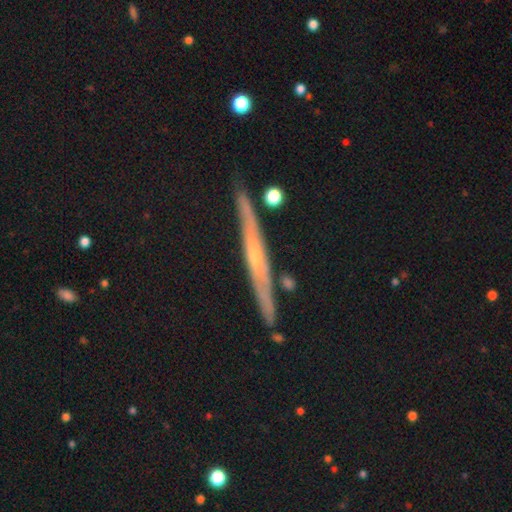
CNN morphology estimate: Smooth or featured: featured or disk — 71% (smooth — 22%)
Edge-on disk: yes — 92% (no — 8%)
Edge-on bulge: none — 51% (rounded — 43%)
Merging: none — 83% (minor disturbance — 12%)